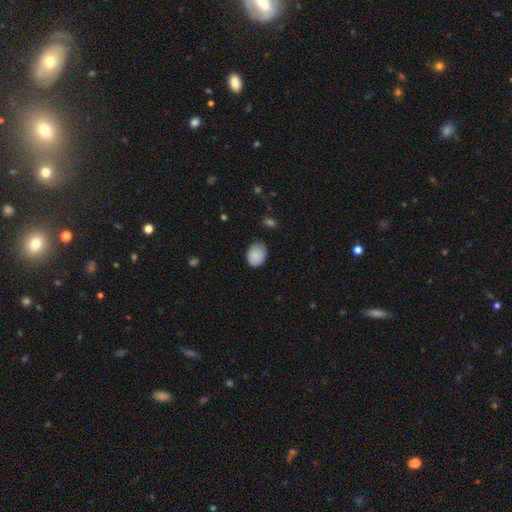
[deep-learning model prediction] Smooth or featured? Predicted: smooth (p=0.86). How rounded? Predicted: in between (p=0.65). Merging? Predicted: none (p=0.76).